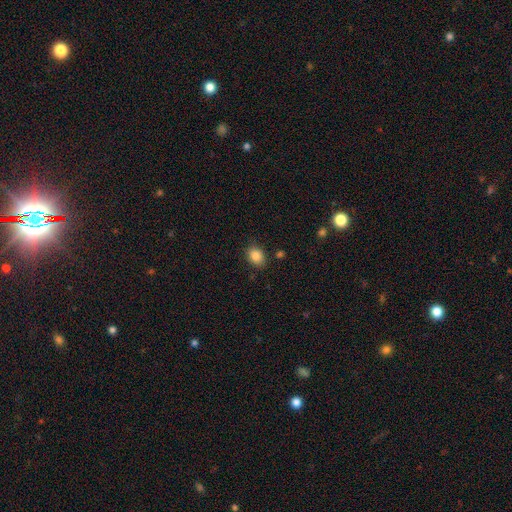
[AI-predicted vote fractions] A smooth galaxy with no disk features (86%) that is in between round and cigar-shaped (61%). Merging: none (84%).